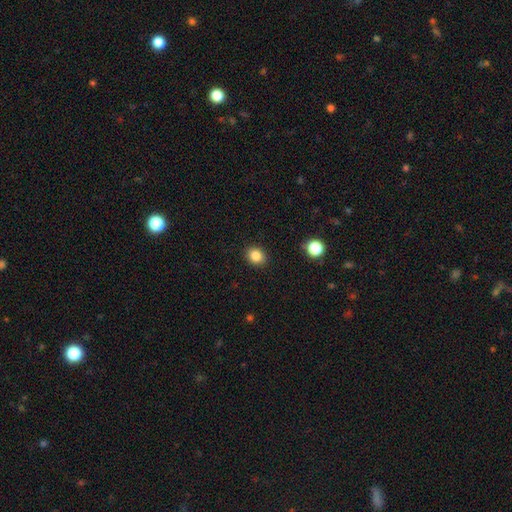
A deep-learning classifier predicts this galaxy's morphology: type=smooth (85%); roundness=round (66%); merging=none (90%).